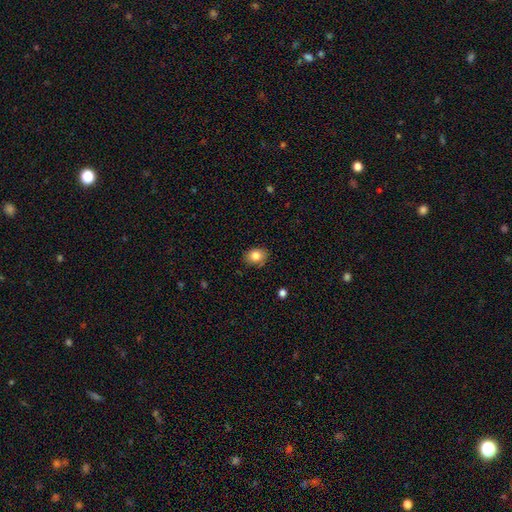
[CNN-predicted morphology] smooth_or_featured: smooth (p=0.82) [alt: featured or disk p=0.09]
how_rounded: in between (p=0.60) [alt: round p=0.39]
merging: none (p=0.79) [alt: minor disturbance p=0.17]